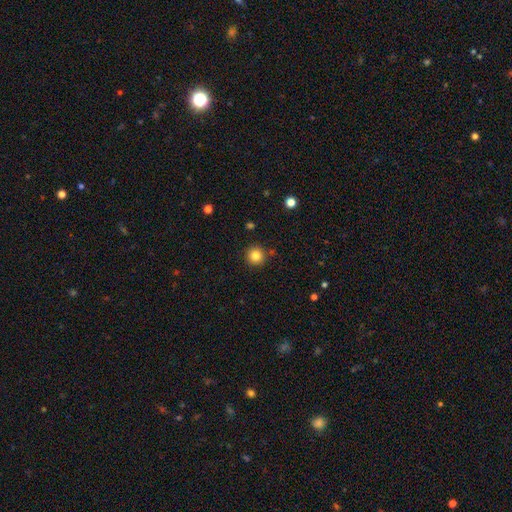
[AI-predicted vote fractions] Smooth or featured? smooth (84%)
How rounded? round (95%)
Merging? none (88%)